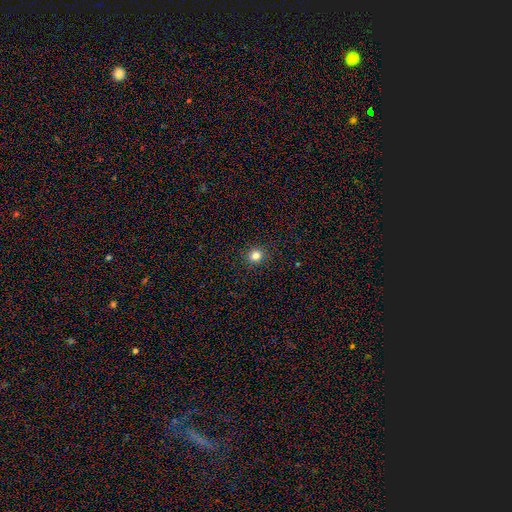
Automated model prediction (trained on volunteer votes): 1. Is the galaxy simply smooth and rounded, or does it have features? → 81% smooth, 13% star or artifact, 5% featured or disk.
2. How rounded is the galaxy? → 90% round, 9% in between, 1% cigar-shaped.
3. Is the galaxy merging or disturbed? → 92% none, 5% minor disturbance, 2% major disturbance, 1% merger.